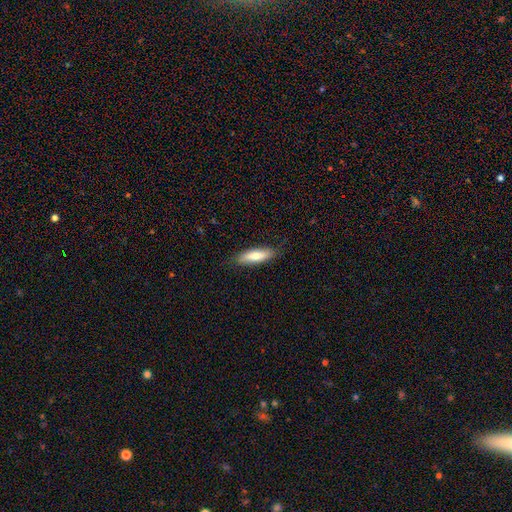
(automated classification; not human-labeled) Smooth or featured?
  - smooth: 69% *
  - featured or disk: 25%
  - star or artifact: 6%
How rounded?
  - cigar-shaped: 52% *
  - in between: 46%
  - round: 2%
Merging?
  - none: 83% *
  - minor disturbance: 14%
  - major disturbance: 2%
  - merger: 1%